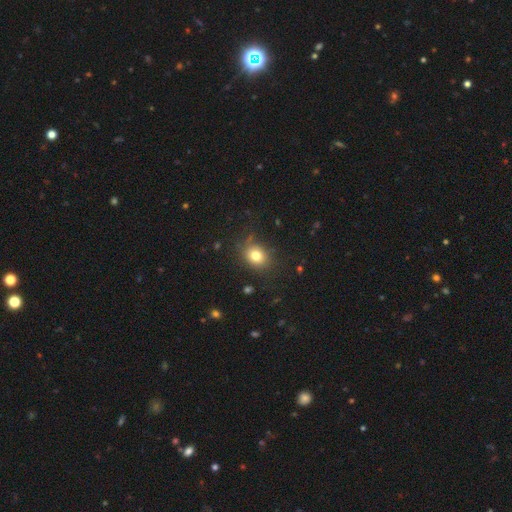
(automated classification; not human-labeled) Smooth or featured?
  - smooth: 78% *
  - star or artifact: 13%
  - featured or disk: 9%
How rounded?
  - round: 60% *
  - in between: 40%
  - cigar-shaped: 1%
Merging?
  - none: 80% *
  - minor disturbance: 14%
  - major disturbance: 5%
  - merger: 2%